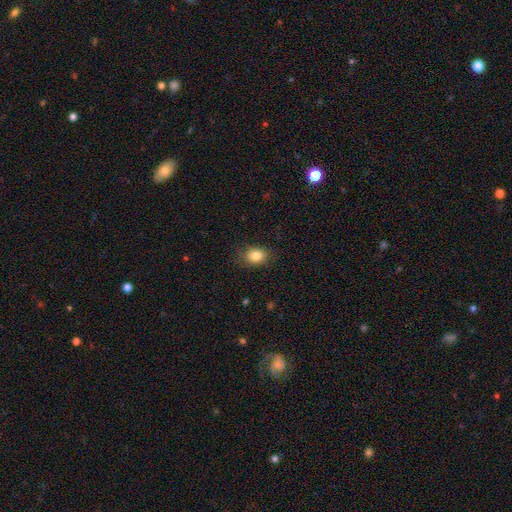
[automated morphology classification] Q: Smooth or featured?
A: smooth (84%); runner-up: star or artifact (9%)
Q: How rounded?
A: in between (67%); runner-up: round (32%)
Q: Merging?
A: none (82%); runner-up: minor disturbance (14%)